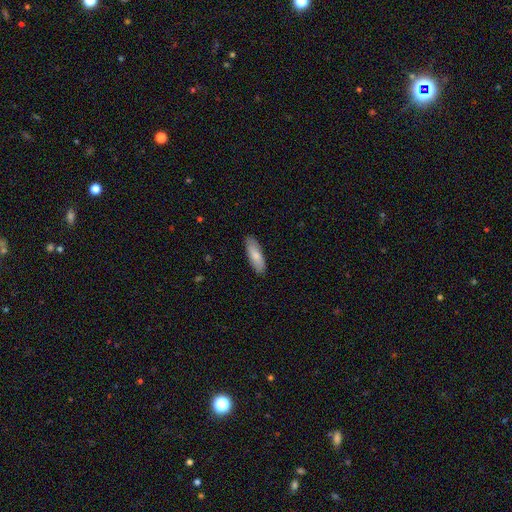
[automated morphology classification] Q: Smooth or featured?
A: smooth (82%); runner-up: featured or disk (13%)
Q: How rounded?
A: in between (60%); runner-up: cigar-shaped (39%)
Q: Merging?
A: none (87%); runner-up: minor disturbance (10%)